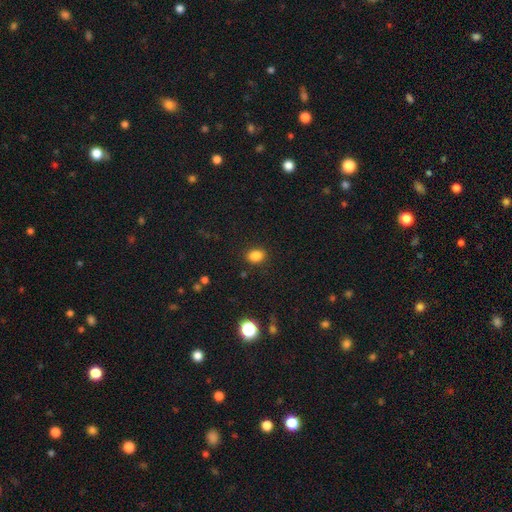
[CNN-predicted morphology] Smooth or featured? smooth (85%)
How rounded? in between (74%)
Merging? none (87%)